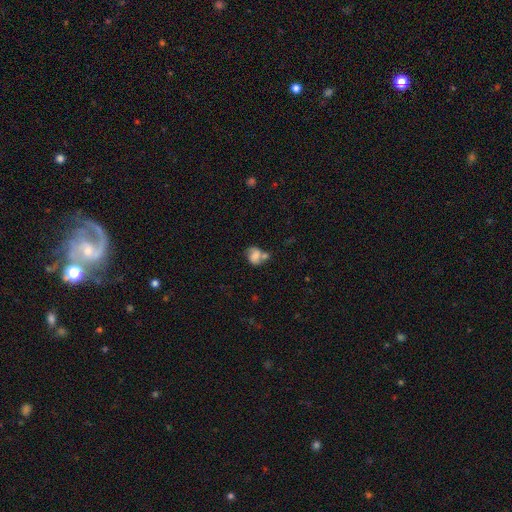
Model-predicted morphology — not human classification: Overall: smooth (62%; featured or disk 28%). How rounded: round (50%; in between 48%). Merging: merger (36%; none 35%).